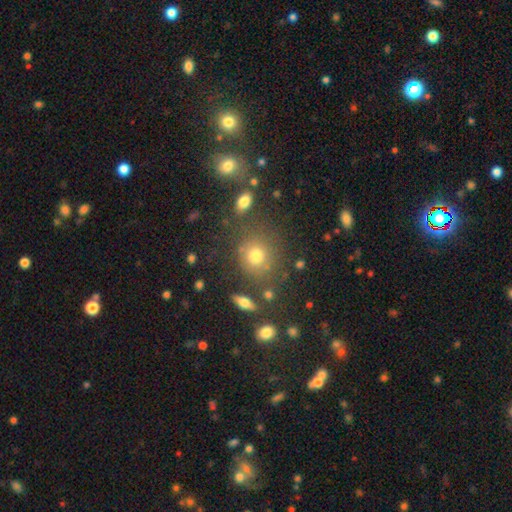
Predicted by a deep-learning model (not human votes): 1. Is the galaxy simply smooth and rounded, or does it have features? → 70% smooth, 17% star or artifact, 12% featured or disk.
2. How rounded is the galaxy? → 83% round, 16% in between, 1% cigar-shaped.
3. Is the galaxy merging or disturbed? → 75% none, 13% minor disturbance, 7% merger, 6% major disturbance.